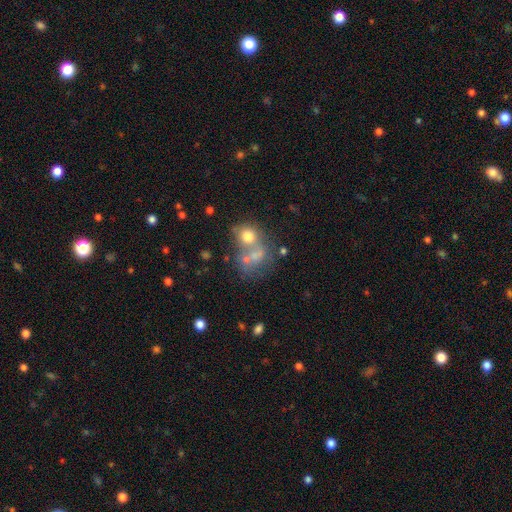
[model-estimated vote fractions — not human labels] Q: Smooth or featured?
A: smooth (56%); runner-up: featured or disk (25%)
Q: How rounded?
A: round (57%); runner-up: in between (41%)
Q: Merging?
A: merger (51%); runner-up: none (30%)